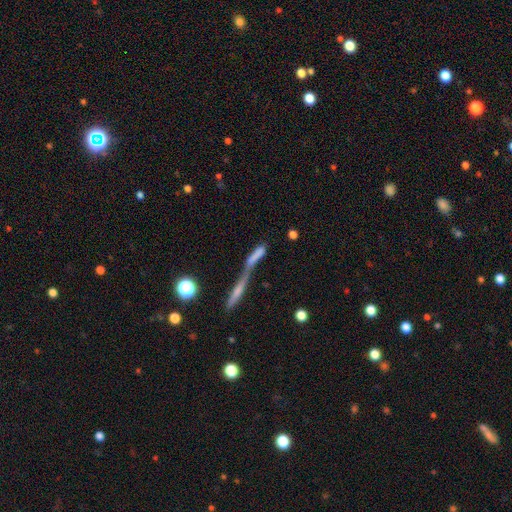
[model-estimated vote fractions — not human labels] Smooth or featured? Predicted: smooth (p=0.63). How rounded? Predicted: cigar-shaped (p=0.73). Merging? Predicted: merger (p=0.61).